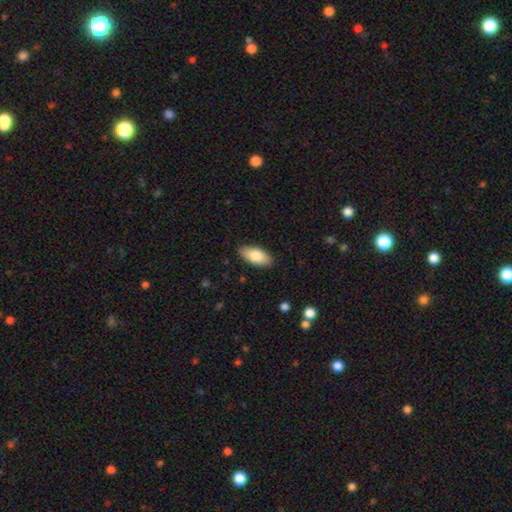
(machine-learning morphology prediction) Smooth or featured? Predicted: smooth (p=0.80). How rounded? Predicted: in between (p=0.91). Merging? Predicted: none (p=0.87).